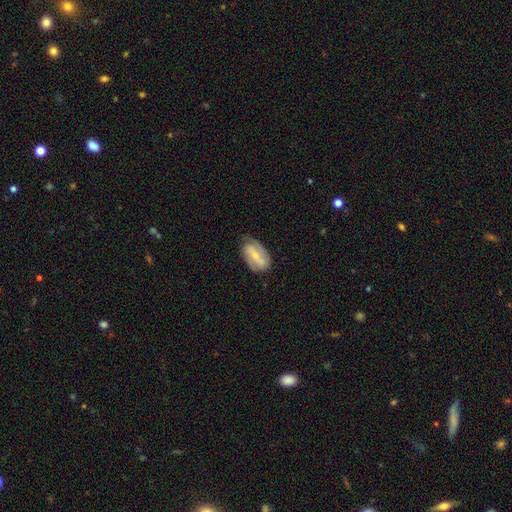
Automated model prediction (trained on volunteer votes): smooth-or-featured: featured or disk: 73% | smooth: 22% | star or artifact: 6%
  disk-edge-on: no: 96% | yes: 4%
    bar: weak: 40% | strong: 37% | no: 23%
    has-spiral-arms: yes: 91% | no: 9%
      spiral-winding: medium: 42% | tight: 35% | loose: 22%
      spiral-arm-count: 2: 76% | can't tell: 11% | 1: 6% | 3: 4% | 4: 1% | more than 4: 1%
    bulge-size: small: 57% | moderate: 37% | none: 3% | large: 2% | dominant: 1%
  merging: none: 68% | minor disturbance: 23% | major disturbance: 7% | merger: 1%